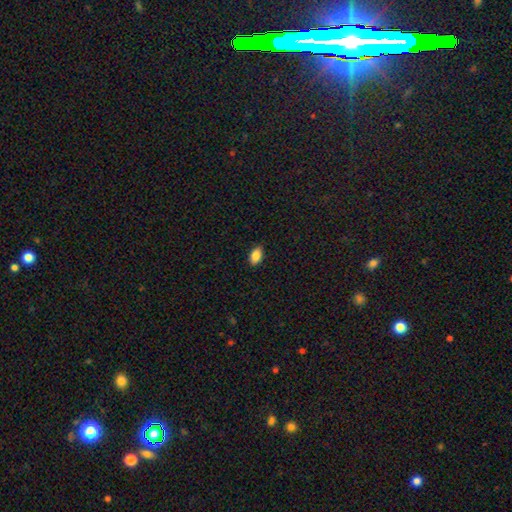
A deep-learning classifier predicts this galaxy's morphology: The model was most divided on "smooth or featured": smooth: 86%, star or artifact: 8%, featured or disk: 6%. More confident: how rounded — in between (91%); merging — none (88%).